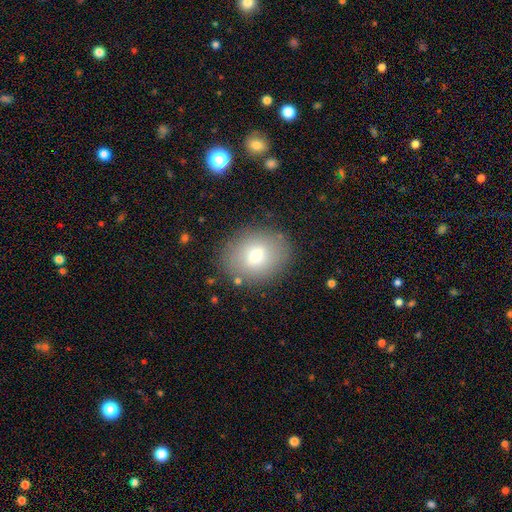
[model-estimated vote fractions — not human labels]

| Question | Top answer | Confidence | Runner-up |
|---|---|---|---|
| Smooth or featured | smooth | 72% | featured or disk (18%) |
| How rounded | in between | 54% | round (45%) |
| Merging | none | 83% | minor disturbance (11%) |